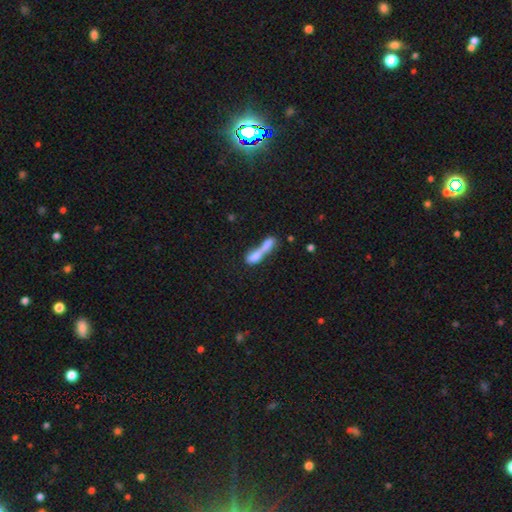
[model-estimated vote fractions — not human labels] smooth-or-featured: smooth: 67% | featured or disk: 23% | star or artifact: 10%
  how-rounded: cigar-shaped: 52% | in between: 41% | round: 7%
  merging: merger: 69% | none: 16% | major disturbance: 8% | minor disturbance: 7%